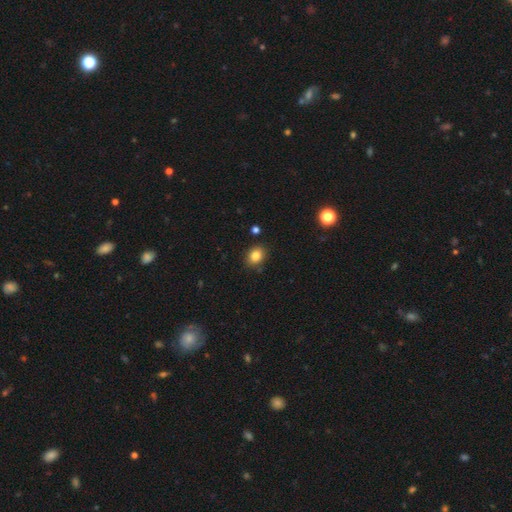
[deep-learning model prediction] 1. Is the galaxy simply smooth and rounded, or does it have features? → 83% smooth, 11% star or artifact, 6% featured or disk.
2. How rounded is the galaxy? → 53% round, 47% in between, 1% cigar-shaped.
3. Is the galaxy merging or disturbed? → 84% none, 11% minor disturbance, 3% merger, 2% major disturbance.